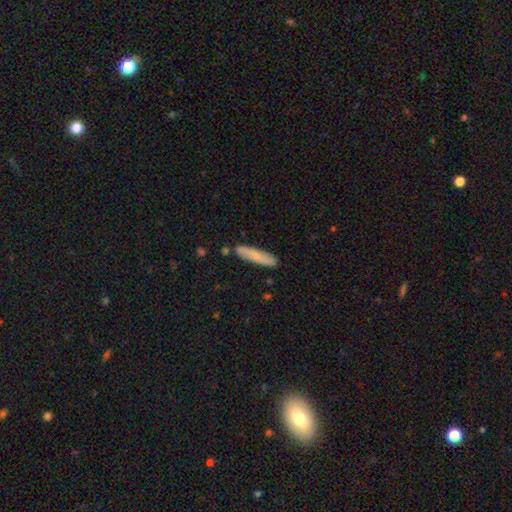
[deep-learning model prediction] Overall: smooth (71%). How rounded: cigar-shaped (83%). Merging: none (84%).